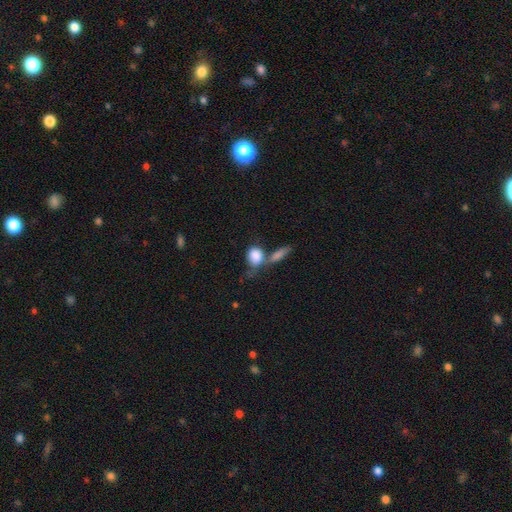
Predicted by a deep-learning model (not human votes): Smooth or featured? Predicted: smooth (p=0.84). How rounded? Predicted: round (p=0.49). Merging? Predicted: merger (p=0.44).